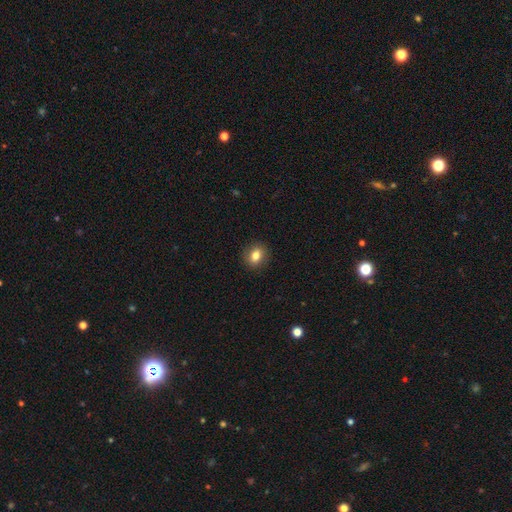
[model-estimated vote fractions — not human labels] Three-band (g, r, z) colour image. It shows a smooth galaxy with no disk features (81%) that is round (60%). Merging: none (90%).